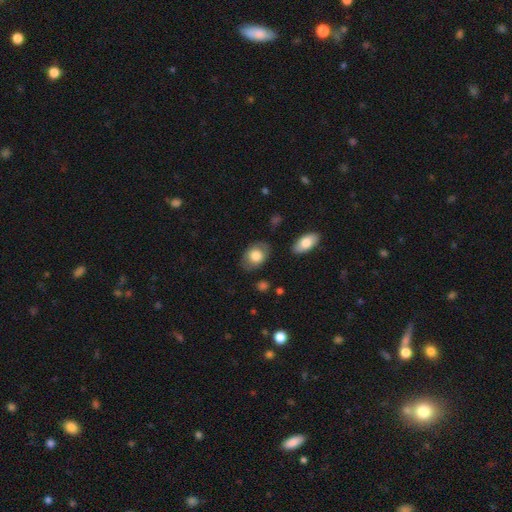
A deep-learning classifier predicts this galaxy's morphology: smooth-or-featured: smooth: 78% | featured or disk: 16% | star or artifact: 6%
  how-rounded: in between: 79% | round: 20% | cigar-shaped: 1%
  merging: none: 80% | minor disturbance: 14% | major disturbance: 4% | merger: 2%